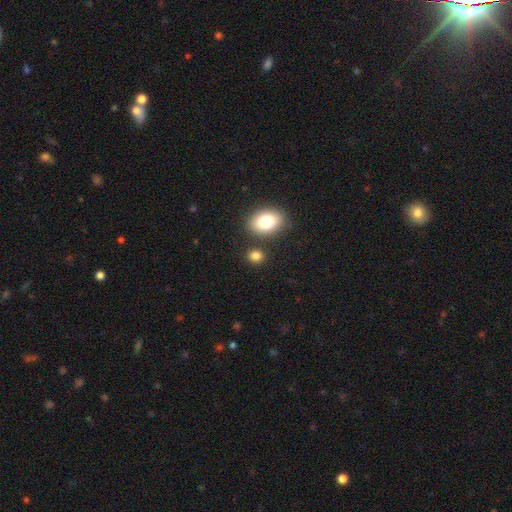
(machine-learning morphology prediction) Smooth or featured: smooth — 82% (star or artifact — 11%)
How rounded: in between — 51% (round — 48%)
Merging: none — 77% (merger — 10%)